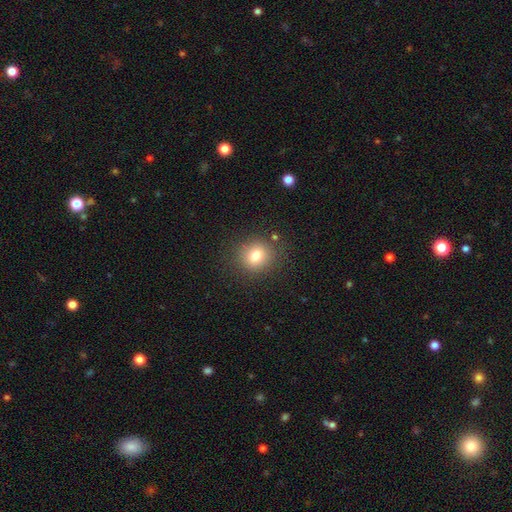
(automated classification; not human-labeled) Overall: smooth (78%). How rounded: round (80%). Merging: none (84%).